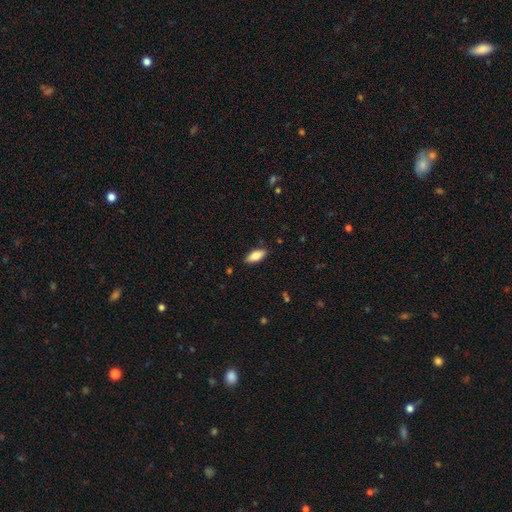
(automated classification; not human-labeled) The model was most divided on "how rounded": in between: 80%, cigar-shaped: 18%, round: 2%. More confident: merging — none (87%); smooth or featured — smooth (79%).